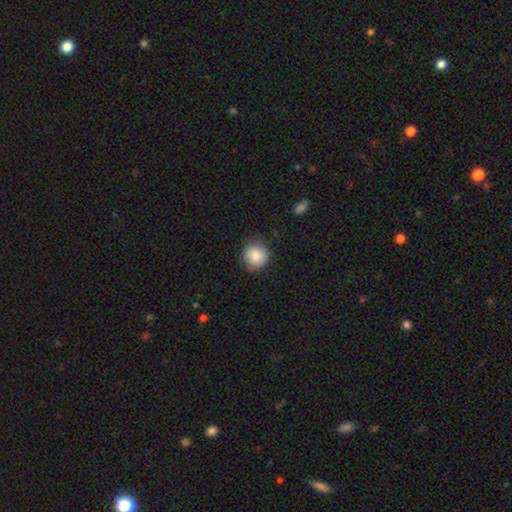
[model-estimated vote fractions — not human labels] This appears to be a smooth galaxy with no disk features (87%) that is round (88%). Merging: none (79%).